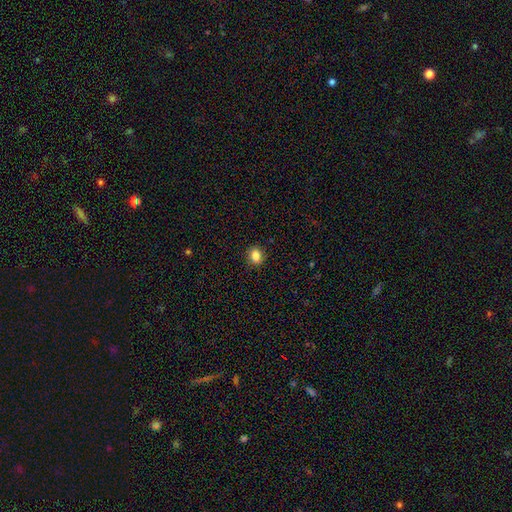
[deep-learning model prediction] A smooth galaxy with no disk features (84%) that is round (65%).

Vote fractions:
- Smooth or featured? smooth: 84% / star or artifact: 10% / featured or disk: 6%
- How rounded? round: 65% / in between: 34% / cigar-shaped: 1%
- Merging? none: 90% / minor disturbance: 7% / major disturbance: 2% / merger: 1%